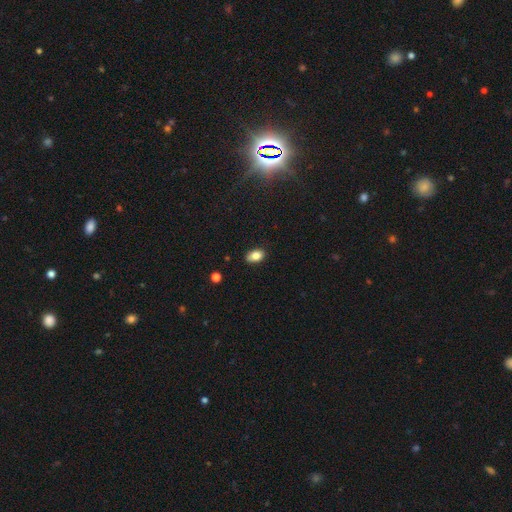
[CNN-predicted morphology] This appears to be a smooth galaxy with no disk features (83%) that is in between round and cigar-shaped (88%). Merging: none (82%).